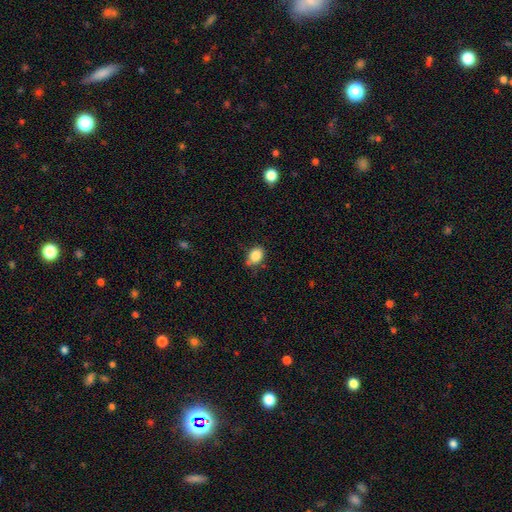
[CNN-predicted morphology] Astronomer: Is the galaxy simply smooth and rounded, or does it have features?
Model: smooth — 86%.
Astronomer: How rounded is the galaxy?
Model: in between — 66%.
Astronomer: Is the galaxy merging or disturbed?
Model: none — 68%.